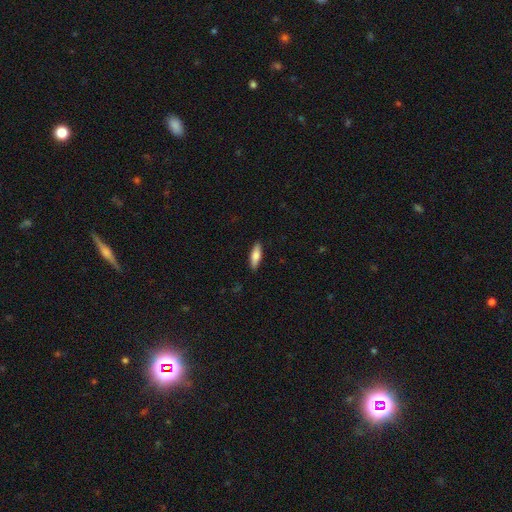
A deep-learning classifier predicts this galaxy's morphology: This is likely a smooth galaxy (73%). How rounded: possibly cigar-shaped (49%, tied with in between). Merging: clearly none (88%).